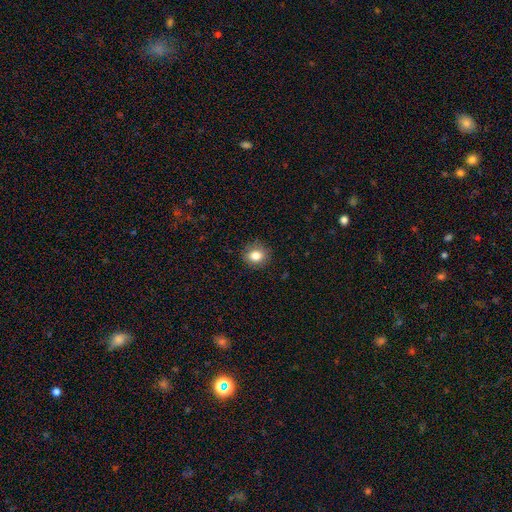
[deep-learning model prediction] Smooth or featured?
  - smooth: 81% *
  - star or artifact: 10%
  - featured or disk: 8%
How rounded?
  - round: 78% *
  - in between: 21%
  - cigar-shaped: 1%
Merging?
  - none: 88% *
  - minor disturbance: 9%
  - major disturbance: 2%
  - merger: 1%